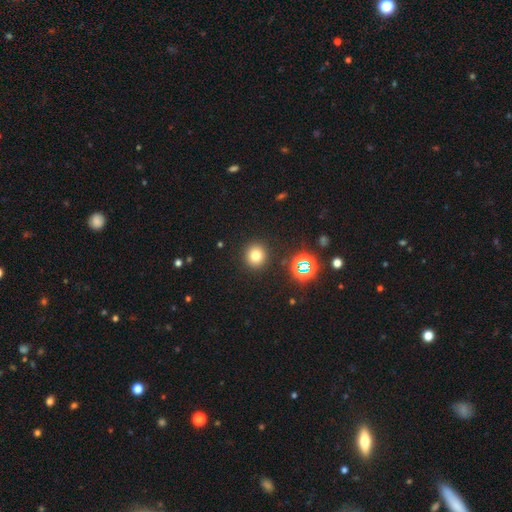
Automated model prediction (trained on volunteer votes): This is likely a smooth galaxy (74%). How rounded: clearly round (89%). Merging: clearly none (90%).